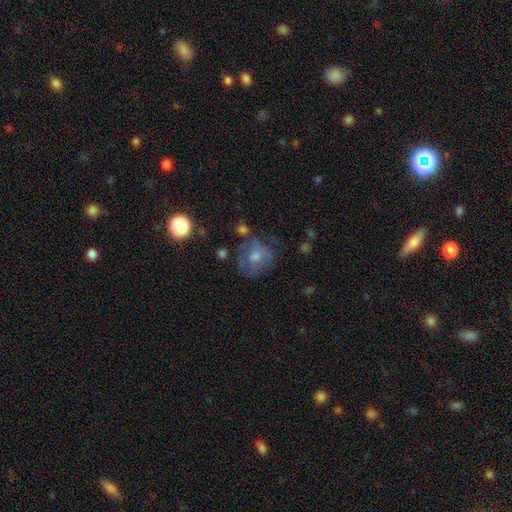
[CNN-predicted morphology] type=featured or disk (44%); merging=none (58%).